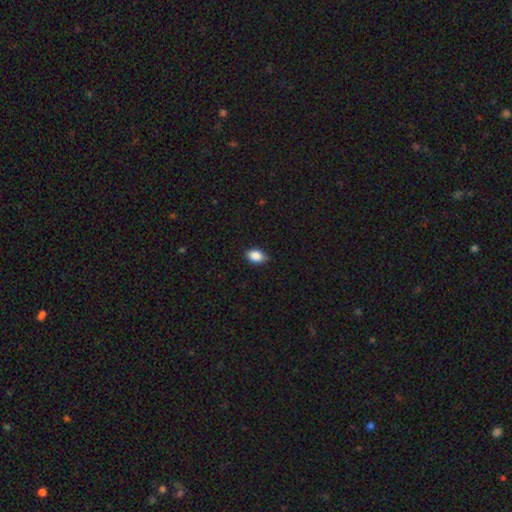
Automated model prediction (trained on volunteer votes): Smooth or featured? smooth (87%)
How rounded? in between (80%)
Merging? none (81%)